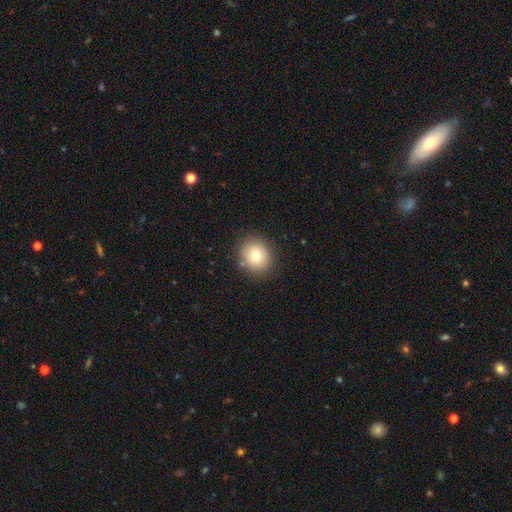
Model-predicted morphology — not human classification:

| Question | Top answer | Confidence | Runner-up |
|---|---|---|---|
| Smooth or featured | smooth | 77% | featured or disk (12%) |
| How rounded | round | 79% | in between (20%) |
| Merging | none | 87% | minor disturbance (9%) |